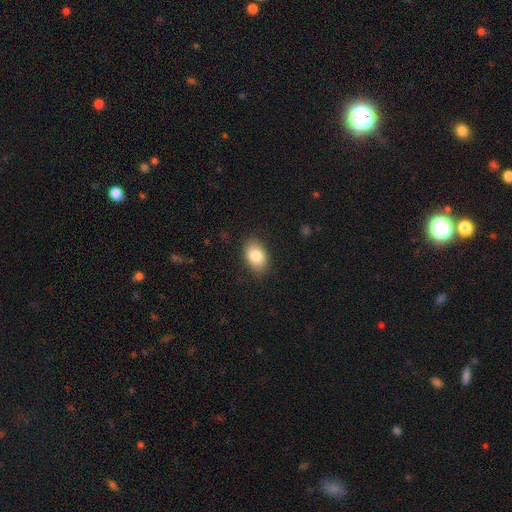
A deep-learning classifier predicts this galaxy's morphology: Smooth or featured? Predicted: smooth (p=0.82). How rounded? Predicted: in between (p=0.86). Merging? Predicted: none (p=0.87).